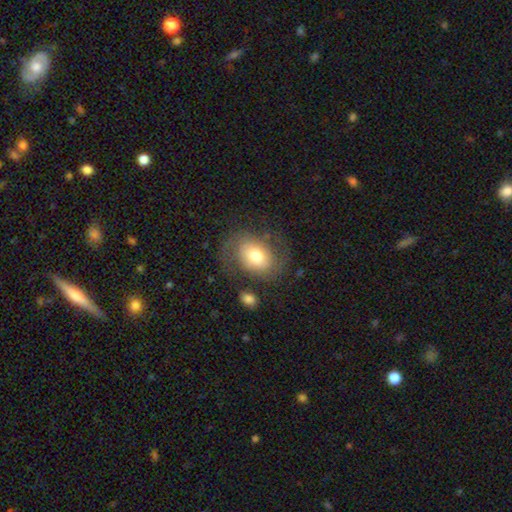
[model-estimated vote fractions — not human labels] A featured or disk galaxy (47%).

Vote fractions:
- Smooth or featured? featured or disk: 47% / smooth: 45% / star or artifact: 8%
- Merging? none: 62% / minor disturbance: 19% / major disturbance: 15% / merger: 4%